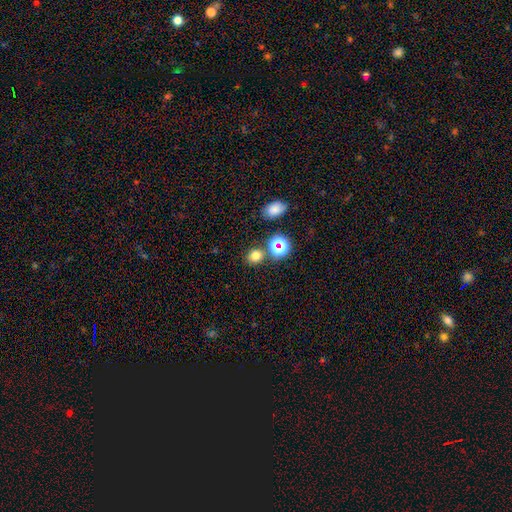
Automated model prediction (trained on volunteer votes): Smooth or featured? smooth (73%)
How rounded? round (72%)
Merging? none (79%)